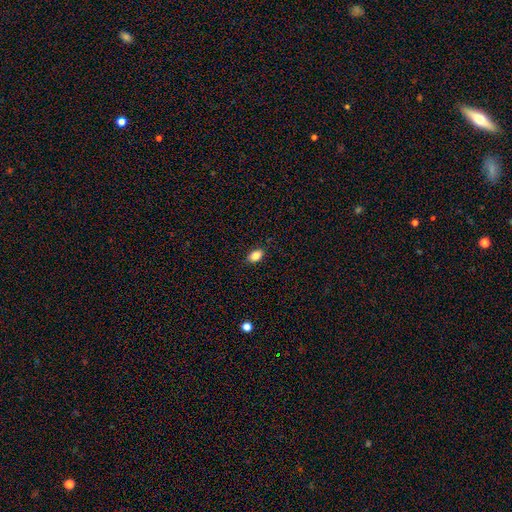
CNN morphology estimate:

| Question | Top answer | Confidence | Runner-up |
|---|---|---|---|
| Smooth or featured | smooth | 86% | star or artifact (9%) |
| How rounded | in between | 88% | round (10%) |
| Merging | none | 88% | minor disturbance (9%) |